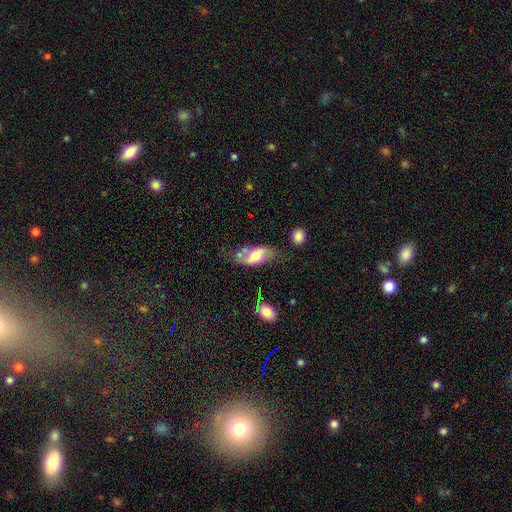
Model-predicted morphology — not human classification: This is possibly a smooth galaxy (54%). How rounded: clearly in between (87%). Merging: marginally none (45%).